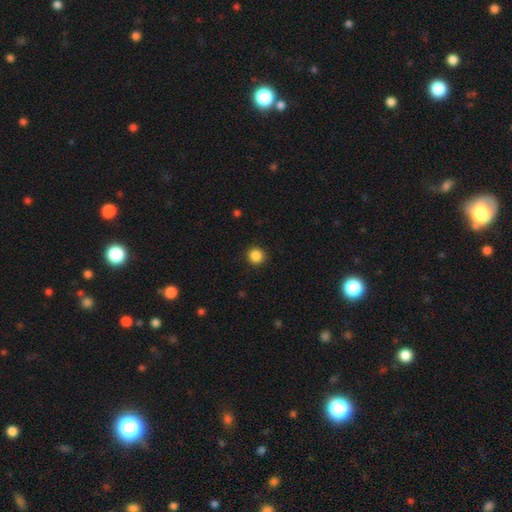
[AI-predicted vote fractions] Q: Smooth or featured?
A: smooth (87%); runner-up: star or artifact (10%)
Q: How rounded?
A: round (95%); runner-up: in between (4%)
Q: Merging?
A: none (92%); runner-up: minor disturbance (5%)